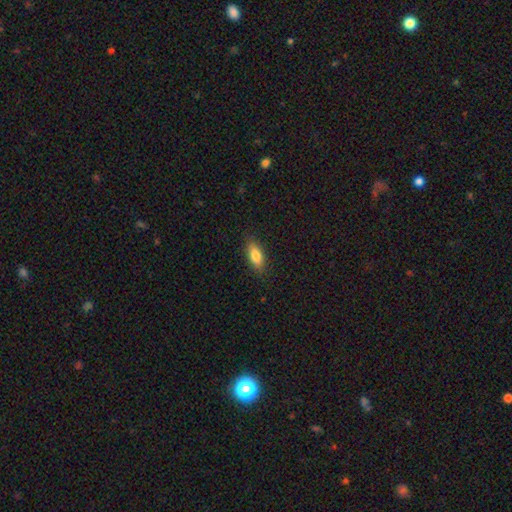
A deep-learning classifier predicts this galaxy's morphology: smooth-or-featured: smooth: 80% | featured or disk: 13% | star or artifact: 7%
  how-rounded: in between: 76% | cigar-shaped: 21% | round: 3%
  merging: none: 87% | minor disturbance: 10% | major disturbance: 2% | merger: 1%